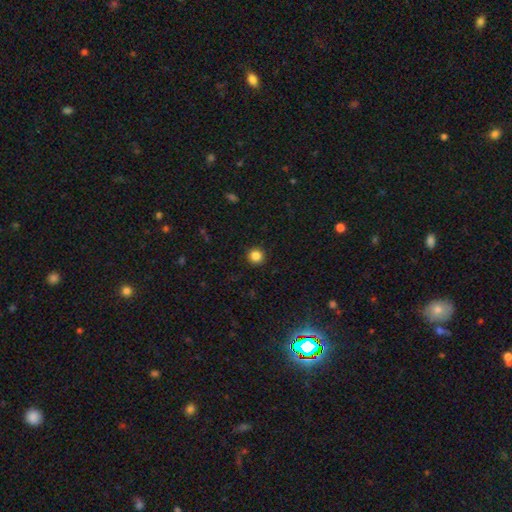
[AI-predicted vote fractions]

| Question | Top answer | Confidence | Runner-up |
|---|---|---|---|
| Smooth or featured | smooth | 85% | star or artifact (11%) |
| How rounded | round | 94% | in between (5%) |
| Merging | none | 92% | minor disturbance (5%) |